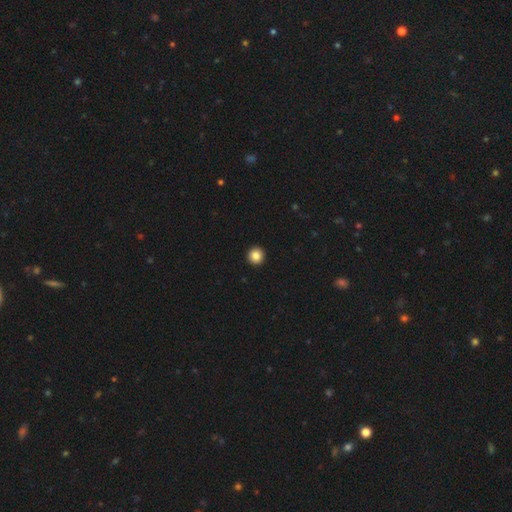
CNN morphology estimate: smooth_or_featured: smooth (p=0.86) [alt: star or artifact p=0.10]
how_rounded: round (p=0.95) [alt: in between p=0.04]
merging: none (p=0.94) [alt: minor disturbance p=0.04]